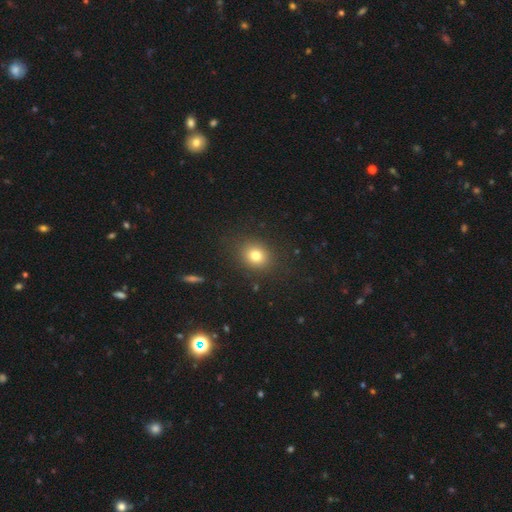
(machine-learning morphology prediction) smooth-or-featured: smooth: 78% | star or artifact: 13% | featured or disk: 9%
  how-rounded: round: 67% | in between: 32% | cigar-shaped: 1%
  merging: none: 86% | minor disturbance: 9% | major disturbance: 4% | merger: 1%